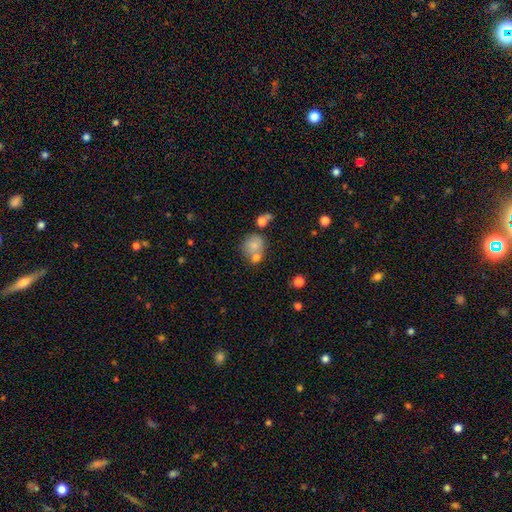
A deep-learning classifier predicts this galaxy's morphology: Overall: smooth (69%). How rounded: round (75%). Merging: none (52%; merger 31%).